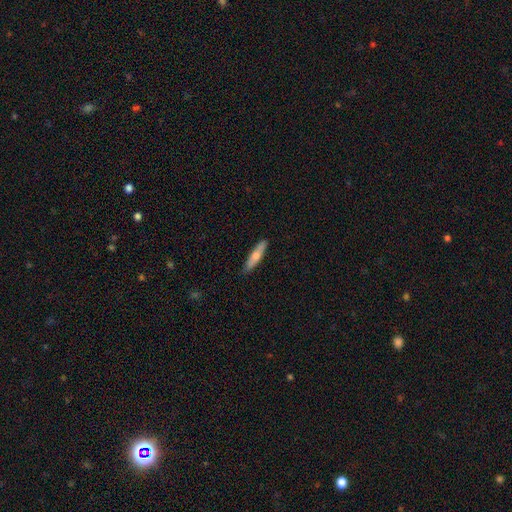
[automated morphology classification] smooth_or_featured: smooth (p=0.53) [alt: featured or disk p=0.41]
how_rounded: cigar-shaped (p=0.86) [alt: in between p=0.12]
merging: none (p=0.88) [alt: minor disturbance p=0.09]